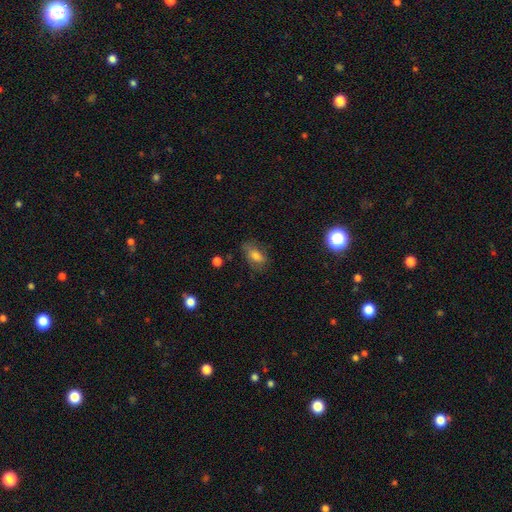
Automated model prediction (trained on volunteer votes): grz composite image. It shows a smooth galaxy with no disk features (68%) that is in between round and cigar-shaped (84%). Merging: none (64%).